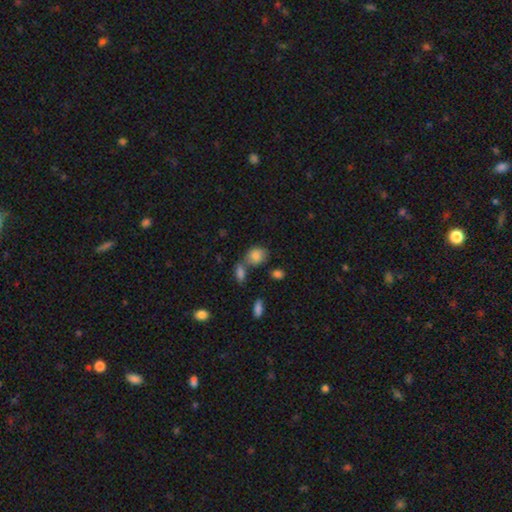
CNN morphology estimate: Overall: smooth (82%). How rounded: in between (57%; round 41%). Merging: none (49%; merger 28%).